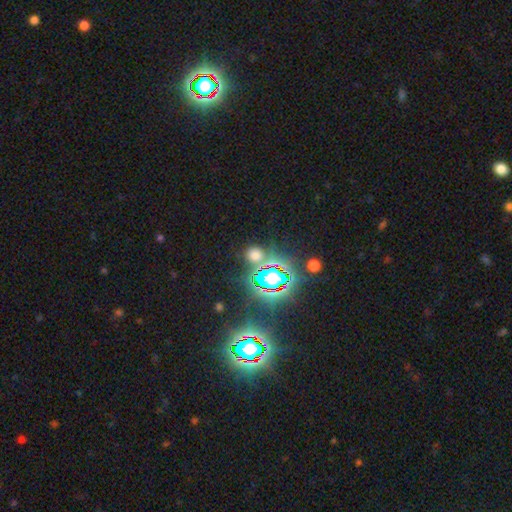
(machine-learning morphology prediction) star or artifact 47%, smooth 46%, featured or disk 8%.